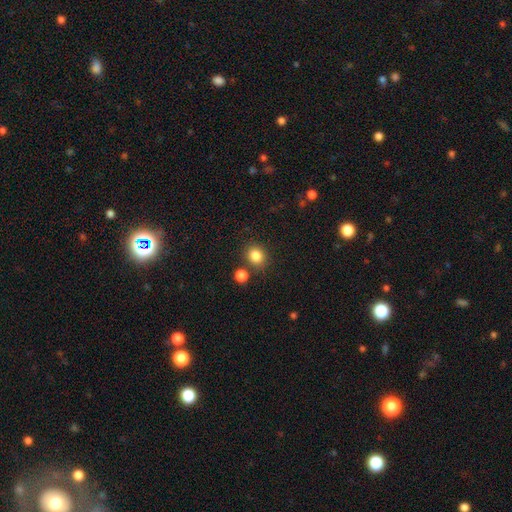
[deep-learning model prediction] smooth 84%, star or artifact 11%, featured or disk 5%. Down the decision tree: how rounded — round (75%); merging — none (79%).